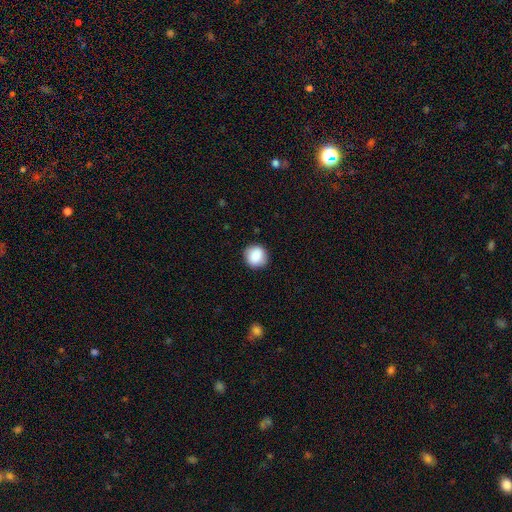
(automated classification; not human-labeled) smooth 88%, star or artifact 8%, featured or disk 4%. Down the decision tree: how rounded — round (91%); merging — none (88%).